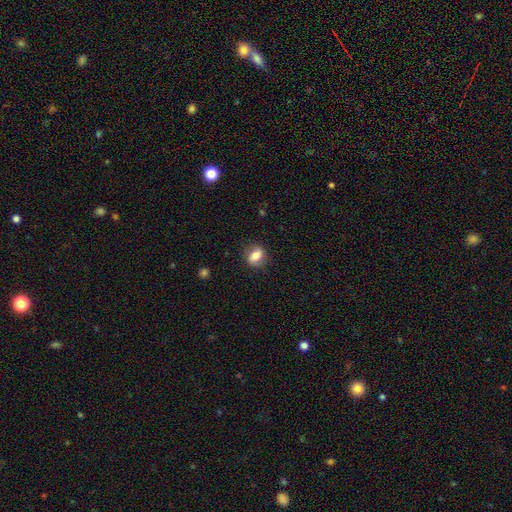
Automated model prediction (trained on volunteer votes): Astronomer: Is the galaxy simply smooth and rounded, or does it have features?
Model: smooth — 72%.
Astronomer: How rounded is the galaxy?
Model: in between — 57% (runner-up: round, 40%).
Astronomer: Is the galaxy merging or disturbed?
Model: none — 82%.